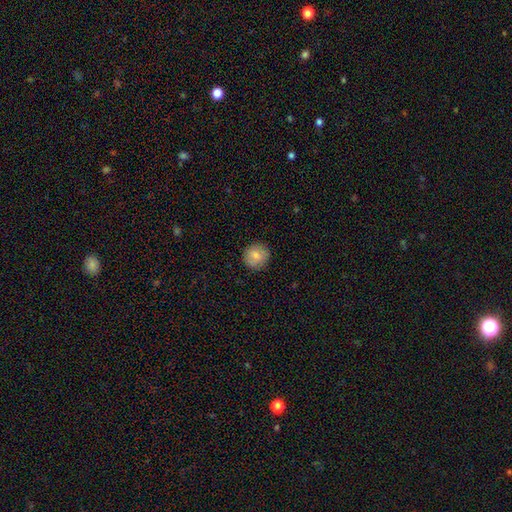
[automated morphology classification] A smooth galaxy with no disk features (79%) that is round (92%).

Vote fractions:
- Smooth or featured? smooth: 79% / featured or disk: 13% / star or artifact: 8%
- How rounded? round: 92% / in between: 7% / cigar-shaped: 1%
- Merging? none: 87% / minor disturbance: 9% / major disturbance: 2% / merger: 1%